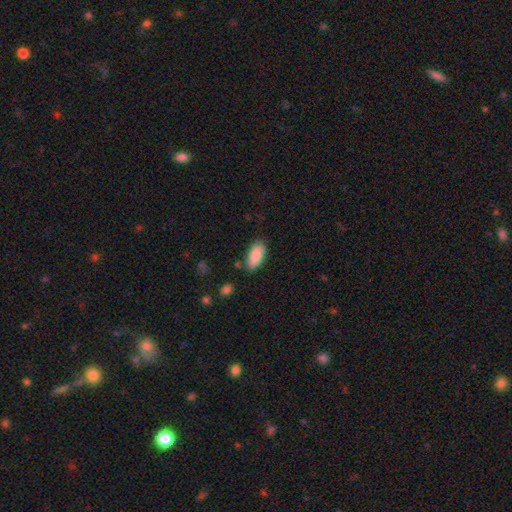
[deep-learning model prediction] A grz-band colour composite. It shows a smooth galaxy with no disk features (88%) that is in between round and cigar-shaped (90%). Merging: none (78%).